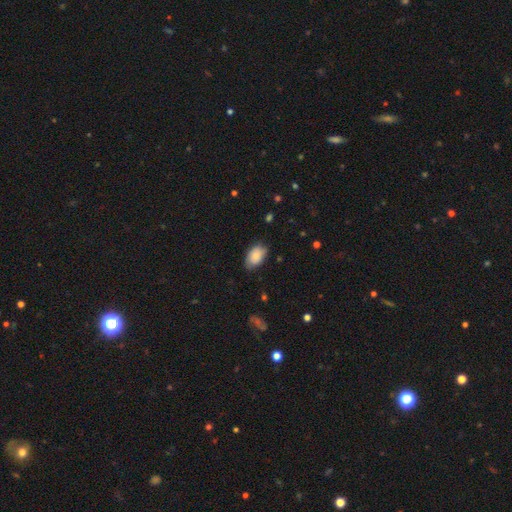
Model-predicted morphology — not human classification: smooth_or_featured: smooth (p=0.83) [alt: featured or disk p=0.10]
how_rounded: in between (p=0.91) [alt: round p=0.08]
merging: none (p=0.74) [alt: minor disturbance p=0.21]